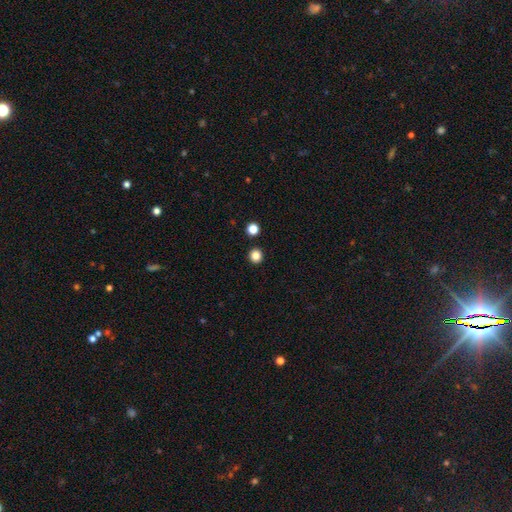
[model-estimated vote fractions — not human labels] Q: Smooth or featured?
A: smooth (84%); runner-up: star or artifact (12%)
Q: How rounded?
A: round (94%); runner-up: in between (5%)
Q: Merging?
A: none (92%); runner-up: minor disturbance (4%)